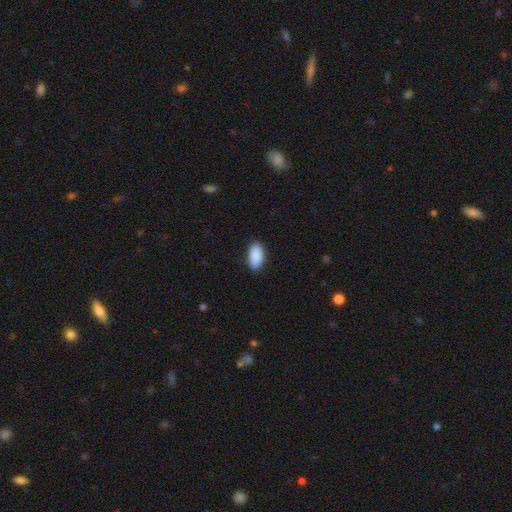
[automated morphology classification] The model was most divided on "merging": none: 86%, minor disturbance: 11%, major disturbance: 2%, merger: 1%. More confident: how rounded — in between (93%); smooth or featured — smooth (90%).